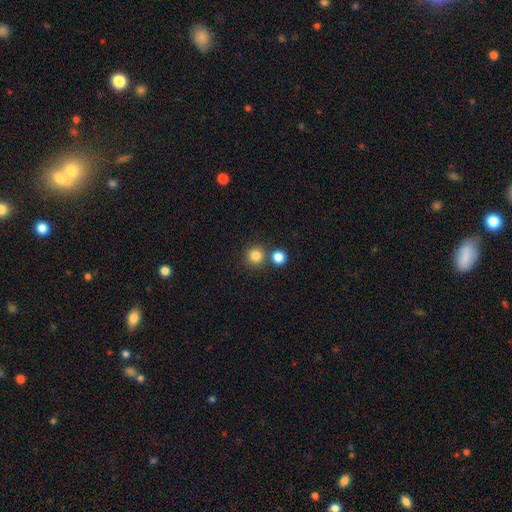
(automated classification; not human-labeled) smooth_or_featured: smooth (p=0.83) [alt: star or artifact p=0.12]
how_rounded: round (p=0.93) [alt: in between p=0.06]
merging: none (p=0.74) [alt: merger p=0.16]